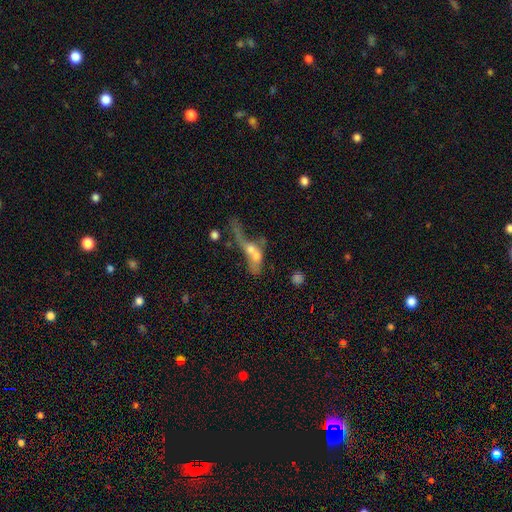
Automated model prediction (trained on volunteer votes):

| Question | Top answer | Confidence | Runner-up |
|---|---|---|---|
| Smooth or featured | featured or disk | 45% | smooth (43%) |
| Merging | merger | 60% | major disturbance (24%) |